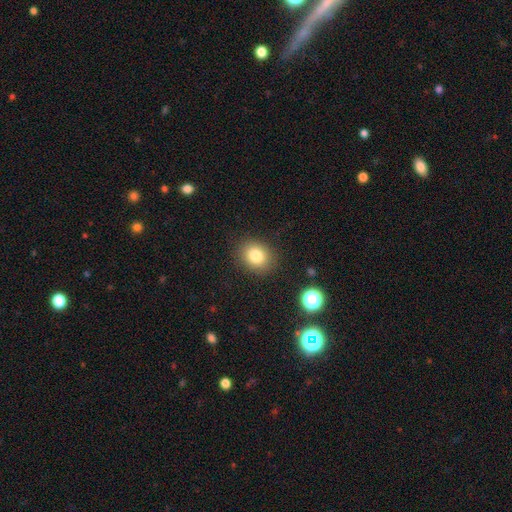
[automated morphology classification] Smooth or featured: smooth — 81% (star or artifact — 11%)
How rounded: round — 61% (in between — 38%)
Merging: none — 87% (minor disturbance — 9%)